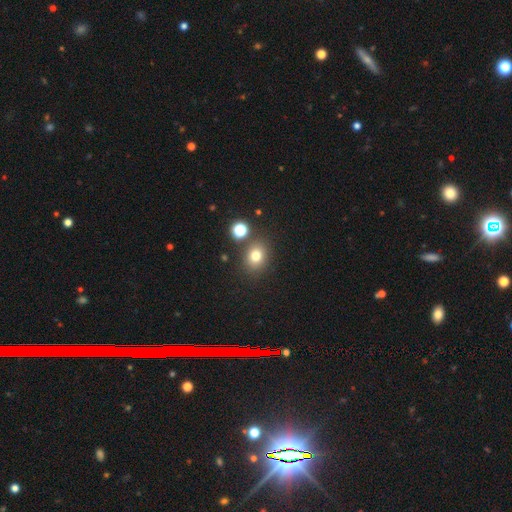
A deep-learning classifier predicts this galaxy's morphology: smooth-or-featured: smooth: 75% | star or artifact: 16% | featured or disk: 9%
  how-rounded: round: 64% | in between: 35% | cigar-shaped: 1%
  merging: none: 78% | minor disturbance: 9% | merger: 9% | major disturbance: 3%